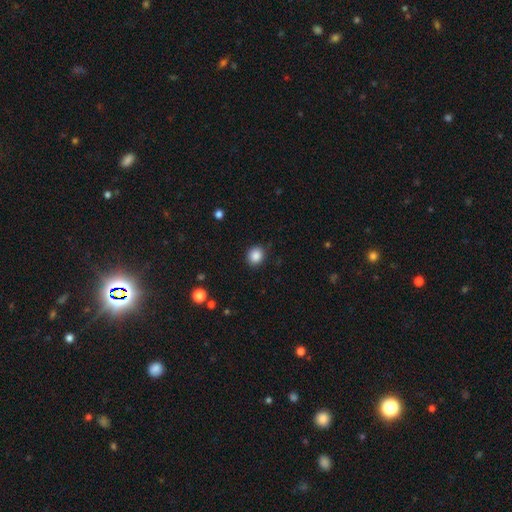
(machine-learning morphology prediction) smooth 87%, star or artifact 10%, featured or disk 3%. Down the decision tree: how rounded — round (73%); merging — none (88%).